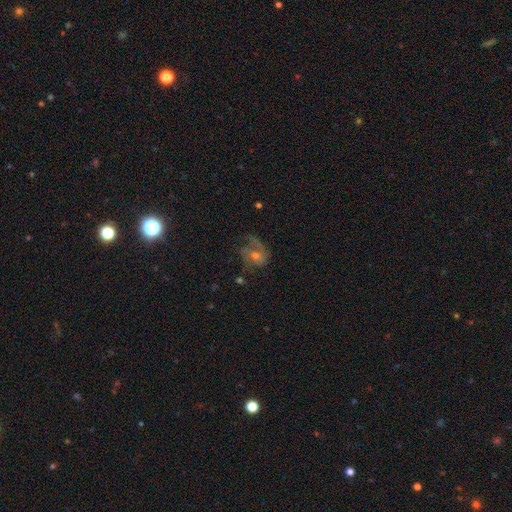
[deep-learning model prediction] Morphology: type=featured or disk (66%); edge-on=no (97%); bar=no (66%); spiral arms=yes (85%); winding=medium (44%); arm count=1 (33%); bulge=moderate (49%); merging=none (51%).